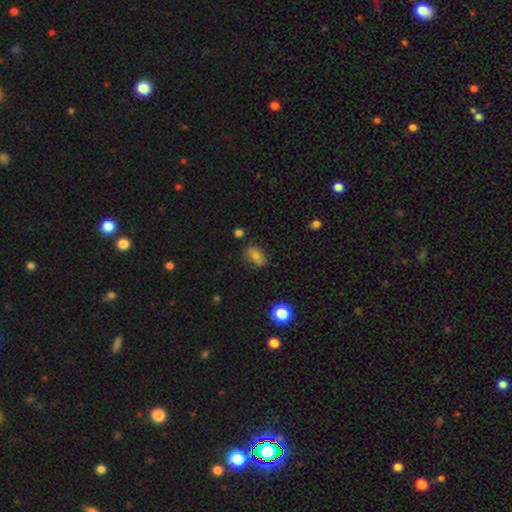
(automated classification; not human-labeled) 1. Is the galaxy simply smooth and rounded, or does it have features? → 71% smooth, 14% star or artifact, 14% featured or disk.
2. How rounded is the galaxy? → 81% in between, 17% round, 3% cigar-shaped.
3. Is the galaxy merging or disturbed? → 72% none, 20% minor disturbance, 5% major disturbance, 3% merger.